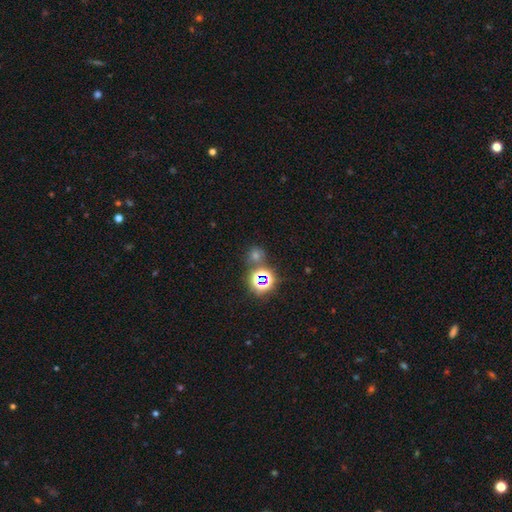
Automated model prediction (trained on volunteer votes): This is possibly a star or artifact rather than a galaxy (54%).